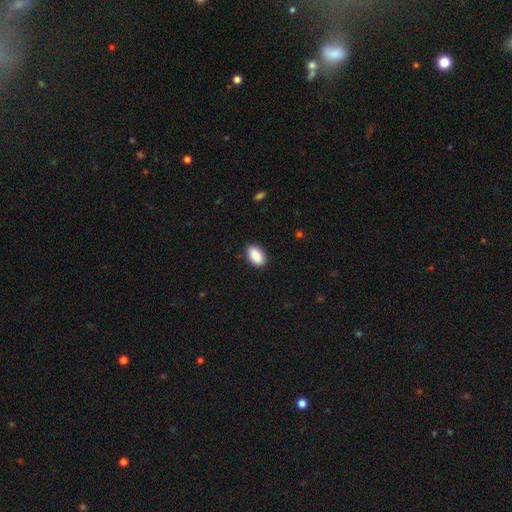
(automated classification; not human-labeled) Q: Smooth or featured?
A: smooth (90%); runner-up: star or artifact (7%)
Q: How rounded?
A: in between (93%); runner-up: round (6%)
Q: Merging?
A: none (88%); runner-up: minor disturbance (9%)